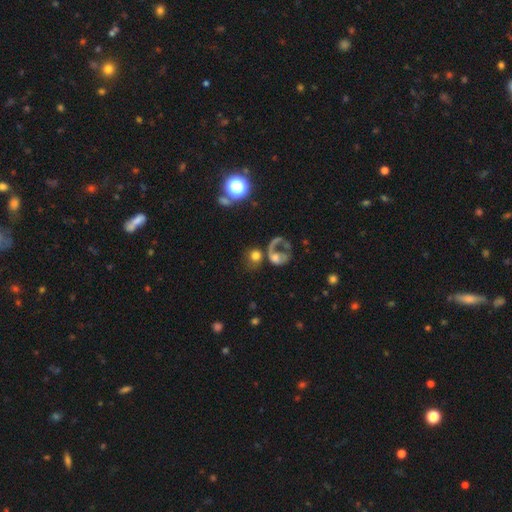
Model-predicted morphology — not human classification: smooth_or_featured: smooth (p=0.57) [alt: featured or disk p=0.28]
how_rounded: round (p=0.69) [alt: in between p=0.29]
merging: merger (p=0.33) [alt: none p=0.29]